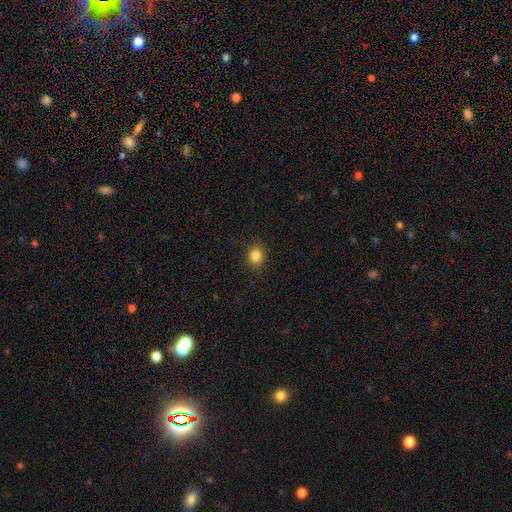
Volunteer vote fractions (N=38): smooth 89%, featured or disk 5%, star or artifact 5%. Down the decision tree: how rounded — round (76%); merging — none (89%).